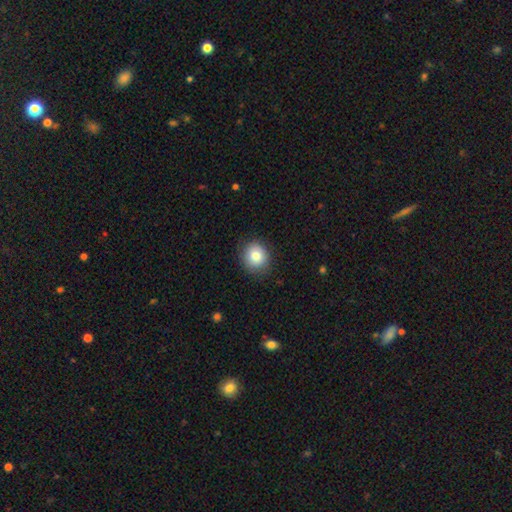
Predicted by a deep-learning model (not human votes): Overall: smooth (83%). How rounded: round (84%). Merging: none (87%).